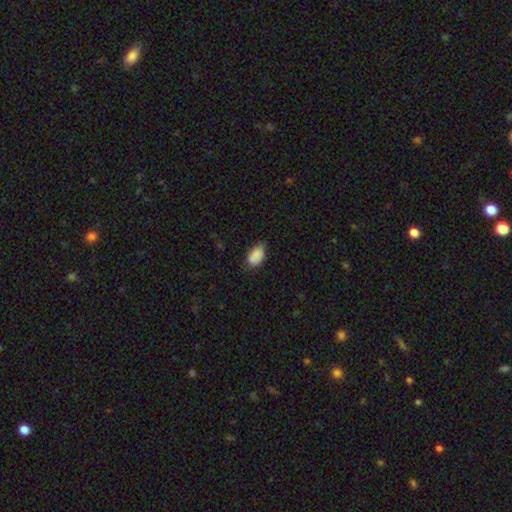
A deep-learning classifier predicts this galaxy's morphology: smooth 87%, star or artifact 8%, featured or disk 5%. Down the decision tree: how rounded — in between (89%); merging — none (65%).